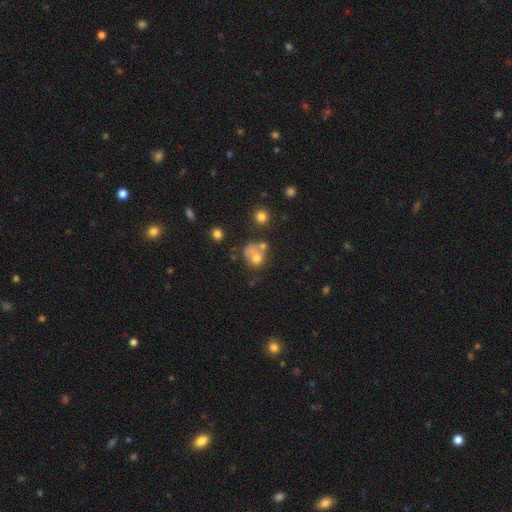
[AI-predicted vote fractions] Smooth or featured? Predicted: smooth (p=0.64). How rounded? Predicted: round (p=0.68). Merging? Predicted: merger (p=0.36).